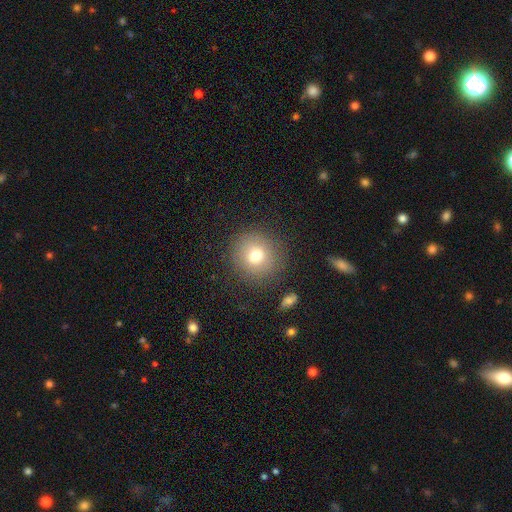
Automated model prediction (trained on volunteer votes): Smooth or featured? smooth (73%)
How rounded? round (92%)
Merging? none (85%)